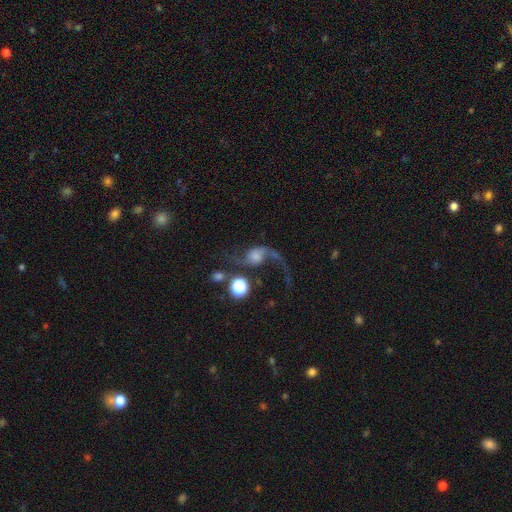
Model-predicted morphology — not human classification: smooth-or-featured: featured or disk: 77% | smooth: 13% | star or artifact: 10%
  disk-edge-on: no: 96% | yes: 4%
    bar: no: 65% | weak: 27% | strong: 8%
    has-spiral-arms: yes: 94% | no: 6%
      spiral-winding: loose: 89% | medium: 9% | tight: 2%
      spiral-arm-count: 2: 76% | 1: 20% | can't tell: 2% | 3: 1% | 4: 1% | more than 4: 1%
    bulge-size: moderate: 29% | small: 27% | none: 18% | large: 18% | dominant: 8%
  merging: none: 45% | major disturbance: 27% | minor disturbance: 14% | merger: 13%